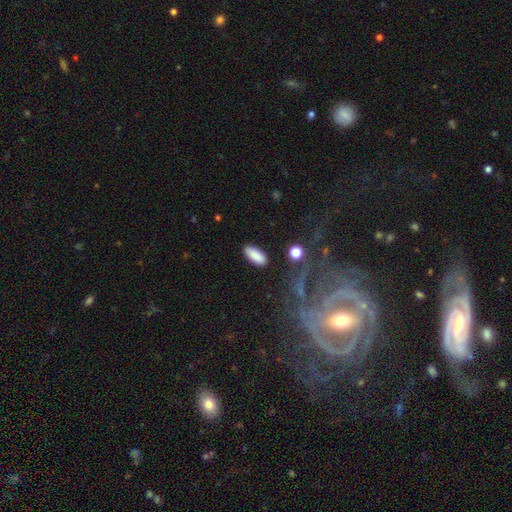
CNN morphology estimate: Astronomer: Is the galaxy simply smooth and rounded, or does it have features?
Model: smooth — 87%.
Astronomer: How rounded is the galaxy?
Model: in between — 82%.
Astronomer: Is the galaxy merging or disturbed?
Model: none — 85%.